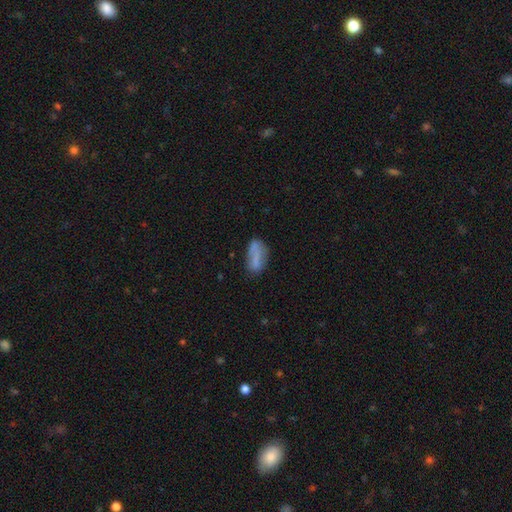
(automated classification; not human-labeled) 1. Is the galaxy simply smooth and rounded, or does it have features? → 70% smooth, 21% featured or disk, 9% star or artifact.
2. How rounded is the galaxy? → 77% in between, 20% cigar-shaped, 3% round.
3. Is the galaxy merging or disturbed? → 58% none, 26% minor disturbance, 11% major disturbance, 6% merger.